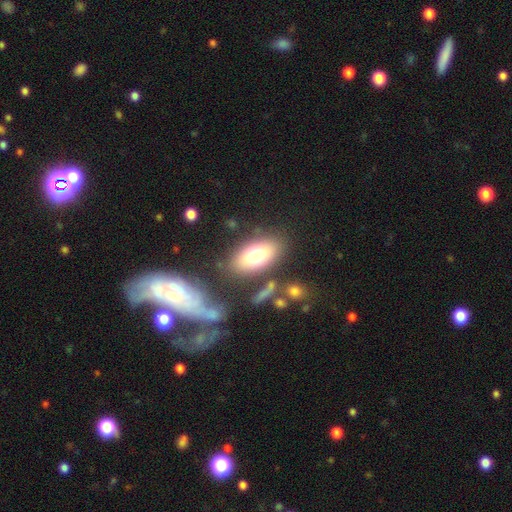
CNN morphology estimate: Smooth or featured: smooth — 71% (featured or disk — 20%)
How rounded: in between — 87% (round — 8%)
Merging: none — 76% (minor disturbance — 12%)